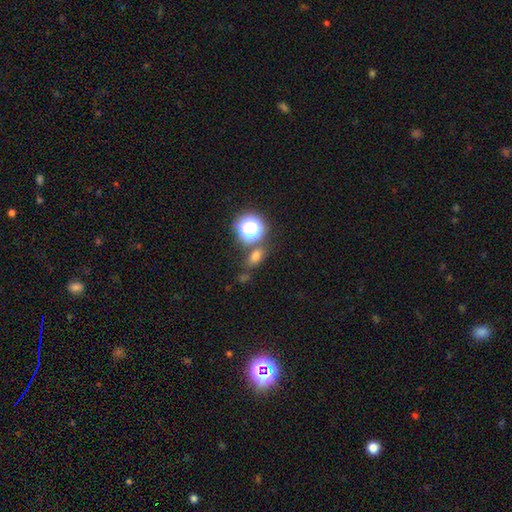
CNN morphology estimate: Smooth or featured? Predicted: smooth (p=0.66). How rounded? Predicted: in between (p=0.63). Merging? Predicted: none (p=0.70).